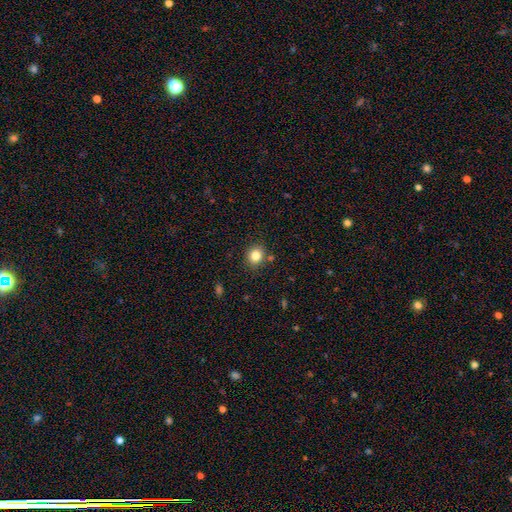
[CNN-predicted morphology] smooth 83%, star or artifact 11%, featured or disk 6%. Down the decision tree: how rounded — round (69%); merging — none (85%).